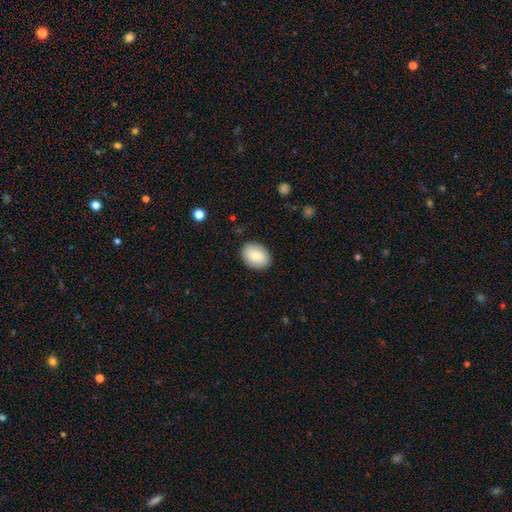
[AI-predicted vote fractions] smooth-or-featured: smooth: 81% | featured or disk: 12% | star or artifact: 7%
  how-rounded: in between: 71% | round: 28% | cigar-shaped: 1%
  merging: none: 88% | minor disturbance: 9% | major disturbance: 2% | merger: 1%